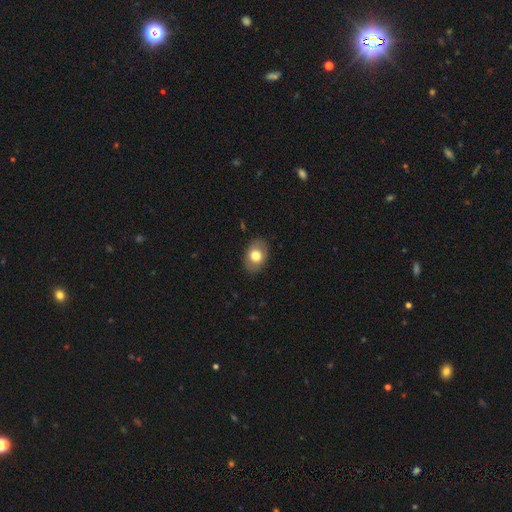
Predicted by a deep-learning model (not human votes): Smooth or featured: smooth — 70% (featured or disk — 22%)
How rounded: in between — 74% (round — 25%)
Merging: none — 85% (minor disturbance — 11%)